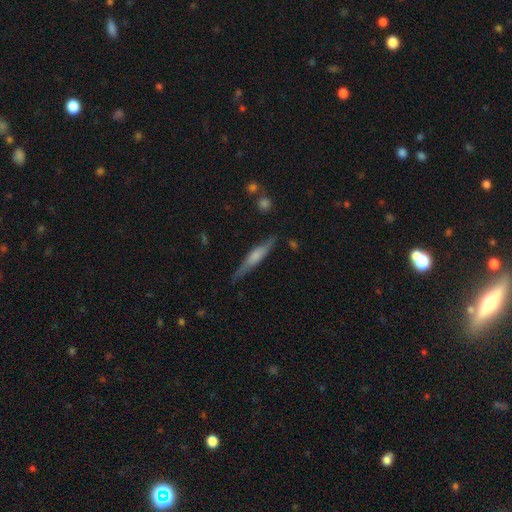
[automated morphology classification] A featured or disk galaxy (49%). Merging: none (79%).